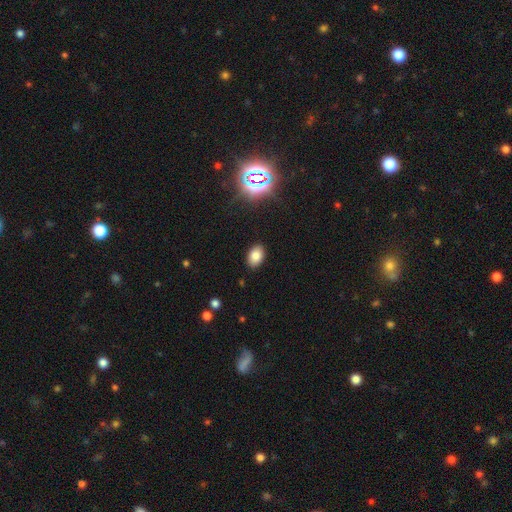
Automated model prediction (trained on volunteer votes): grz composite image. It shows a smooth galaxy with no disk features (81%) that is in between round and cigar-shaped (88%). Merging: none (89%).